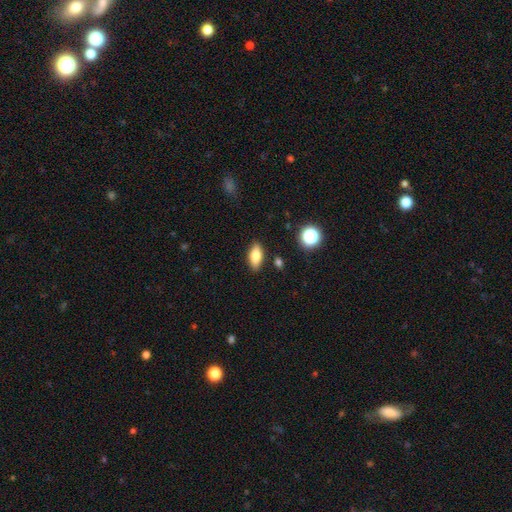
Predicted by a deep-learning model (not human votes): Overall: smooth (77%). How rounded: in between (85%). Merging: none (86%).